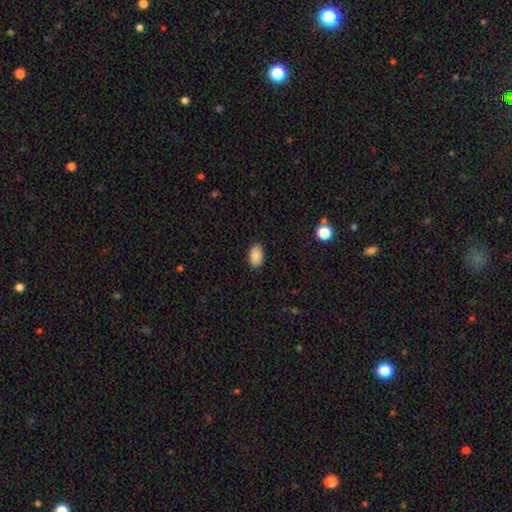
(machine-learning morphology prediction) smooth 85%, star or artifact 8%, featured or disk 8%. Down the decision tree: how rounded — in between (92%); merging — none (87%).